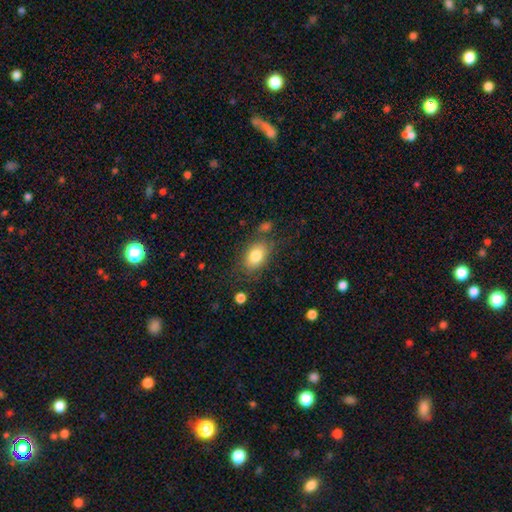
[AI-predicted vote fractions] This is clearly a smooth galaxy (81%). How rounded: clearly in between (84%). Merging: likely none (68%).